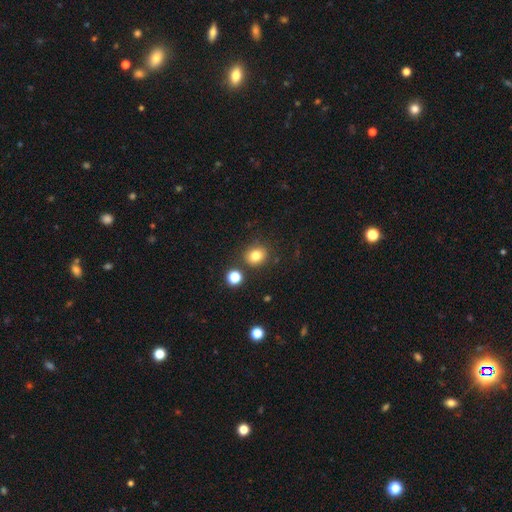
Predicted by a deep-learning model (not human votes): Smooth or featured? Predicted: smooth (p=0.80). How rounded? Predicted: round (p=0.70). Merging? Predicted: none (p=0.80).